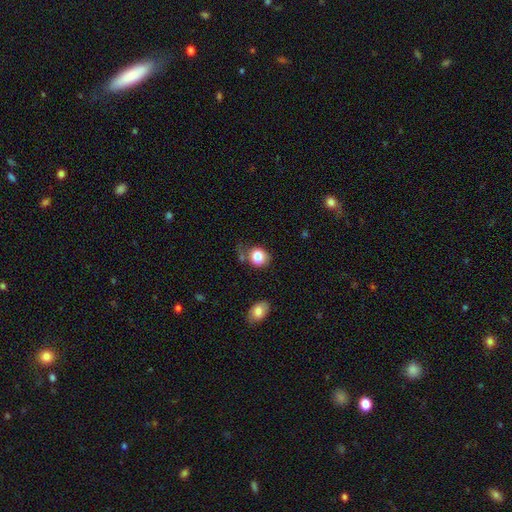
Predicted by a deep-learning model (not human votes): Smooth or featured? Predicted: smooth (p=0.81). How rounded? Predicted: round (p=0.61). Merging? Predicted: none (p=0.57).